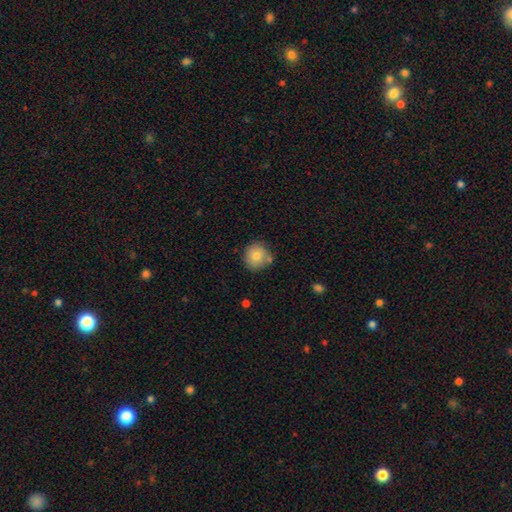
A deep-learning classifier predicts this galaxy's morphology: smooth 81%, featured or disk 10%, star or artifact 9%. Down the decision tree: how rounded — round (93%); merging — none (77%).